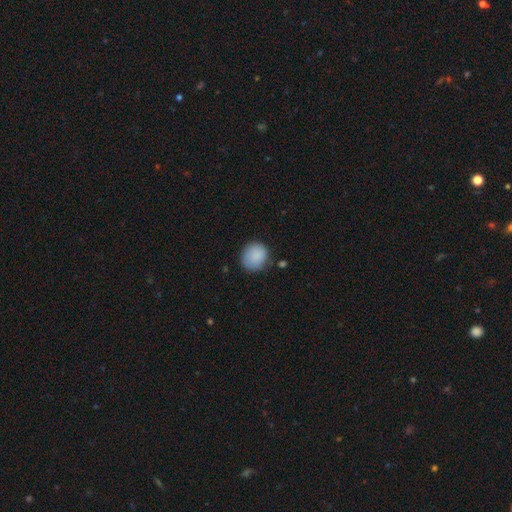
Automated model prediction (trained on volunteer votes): A smooth galaxy with no disk features (89%) that is round (83%).

Vote fractions:
- Smooth or featured? smooth: 89% / star or artifact: 7% / featured or disk: 4%
- How rounded? round: 83% / in between: 16% / cigar-shaped: 1%
- Merging? none: 78% / minor disturbance: 16% / major disturbance: 4% / merger: 3%